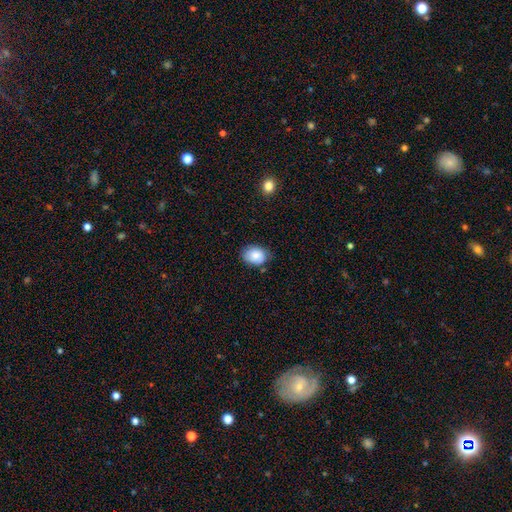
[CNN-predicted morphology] Smooth or featured: smooth — 84% (featured or disk — 9%)
How rounded: in between — 71% (round — 28%)
Merging: none — 71% (minor disturbance — 22%)